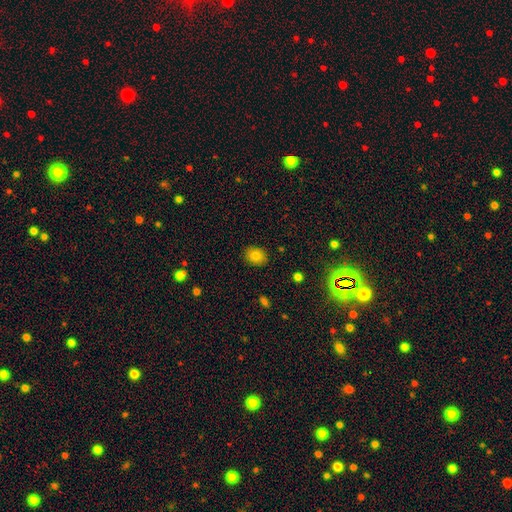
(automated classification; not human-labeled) This appears to be a smooth galaxy with no disk features (81%) that is in between round and cigar-shaped (52%). Merging: none (88%).